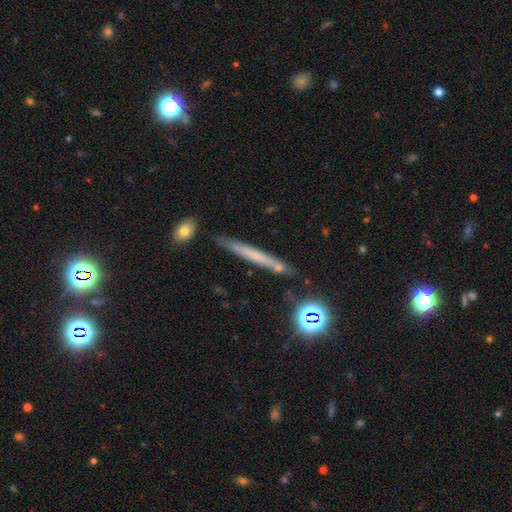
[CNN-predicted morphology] smooth 49%, featured or disk 38%, star or artifact 13%. Down the decision tree: merging — none (82%).